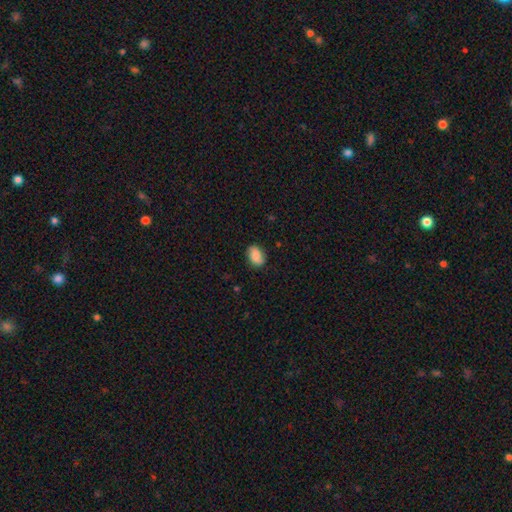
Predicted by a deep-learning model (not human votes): Overall: smooth (77%). How rounded: in between (79%). Merging: none (80%).